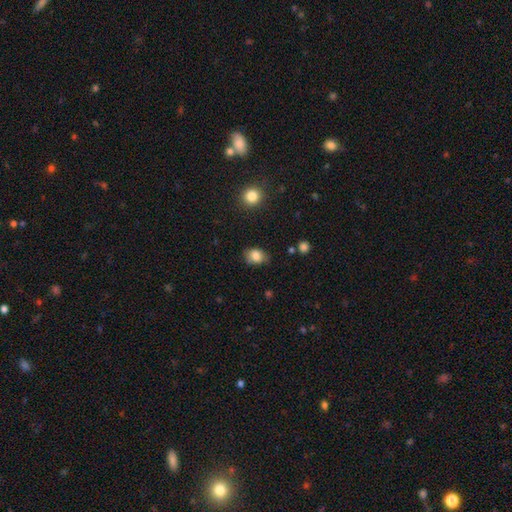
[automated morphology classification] Smooth or featured? smooth (83%)
How rounded? in between (68%)
Merging? none (68%)